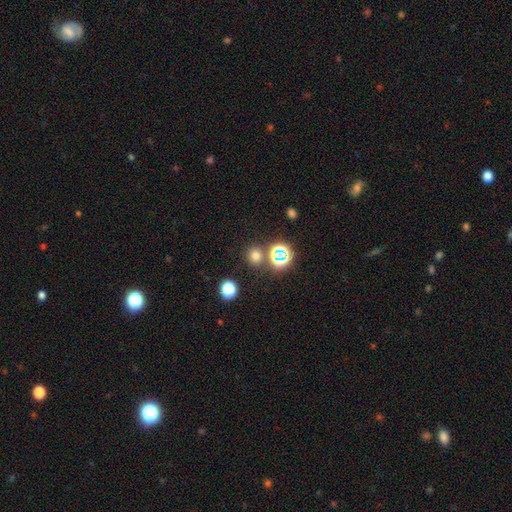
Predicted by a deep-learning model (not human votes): Smooth or featured? Predicted: smooth (p=0.66). How rounded? Predicted: round (p=0.84). Merging? Predicted: none (p=0.80).